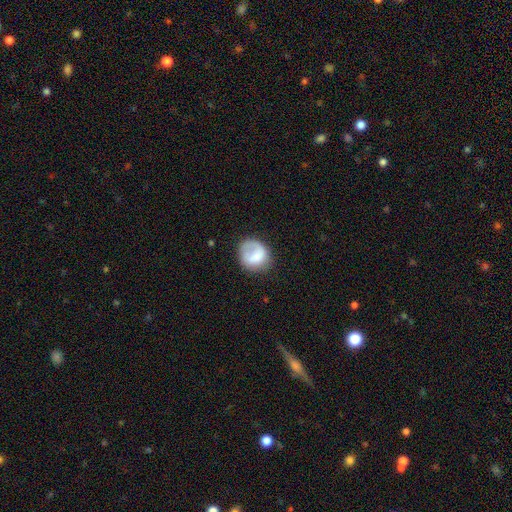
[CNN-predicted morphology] Smooth or featured: smooth — 71% (featured or disk — 22%)
How rounded: round — 74% (in between — 26%)
Merging: none — 55% (minor disturbance — 24%)